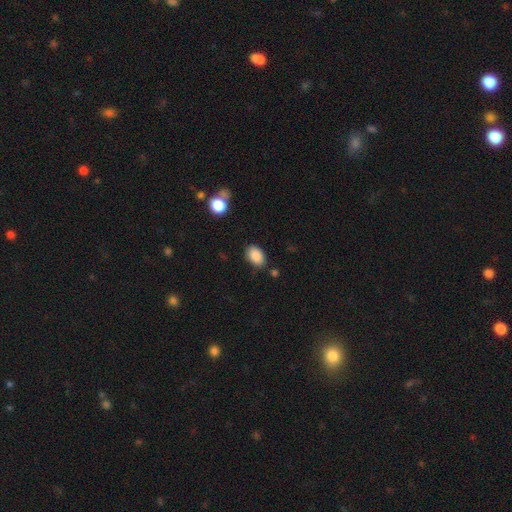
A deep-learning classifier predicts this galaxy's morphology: type=smooth (88%); roundness=in between (85%); merging=none (80%).